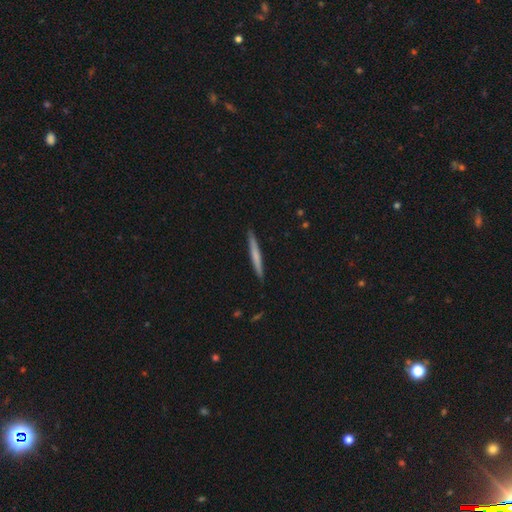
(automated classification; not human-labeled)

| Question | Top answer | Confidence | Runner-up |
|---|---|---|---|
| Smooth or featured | smooth | 61% | featured or disk (34%) |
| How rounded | cigar-shaped | 97% | in between (2%) |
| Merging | none | 92% | minor disturbance (6%) |